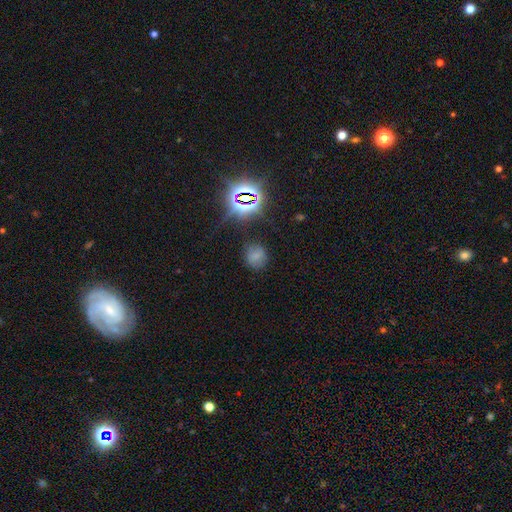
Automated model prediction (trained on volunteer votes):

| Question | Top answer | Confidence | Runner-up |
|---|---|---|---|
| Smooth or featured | smooth | 61% | star or artifact (27%) |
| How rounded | round | 70% | in between (28%) |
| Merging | none | 73% | minor disturbance (17%) |